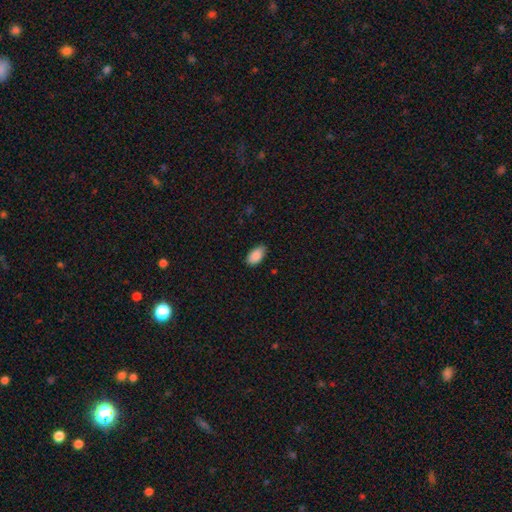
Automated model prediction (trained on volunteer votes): This appears to be a smooth galaxy with no disk features (89%) that is in between round and cigar-shaped (94%). Merging: none (81%).